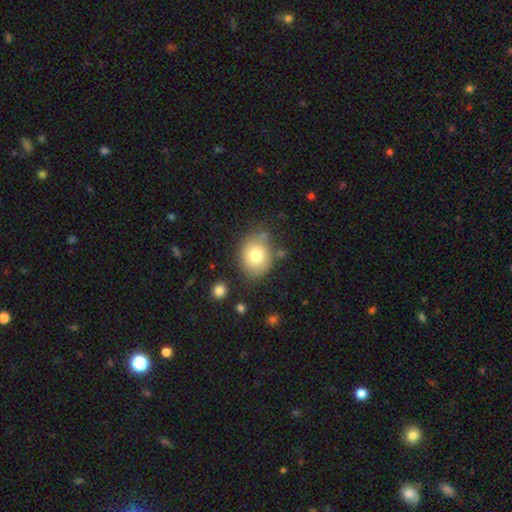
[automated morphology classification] smooth-or-featured: smooth: 78% | featured or disk: 13% | star or artifact: 9%
  how-rounded: in between: 52% | round: 47% | cigar-shaped: 1%
  merging: none: 72% | minor disturbance: 18% | merger: 6% | major disturbance: 5%